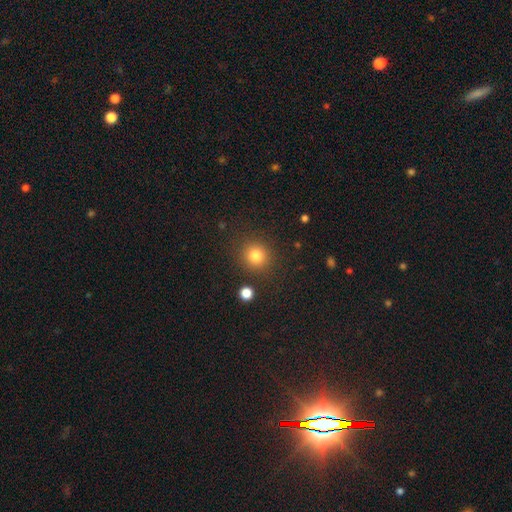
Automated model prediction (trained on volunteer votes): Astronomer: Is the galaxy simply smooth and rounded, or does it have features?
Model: smooth — 82%.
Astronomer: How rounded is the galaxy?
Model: round — 91%.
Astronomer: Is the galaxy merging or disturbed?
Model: none — 87%.